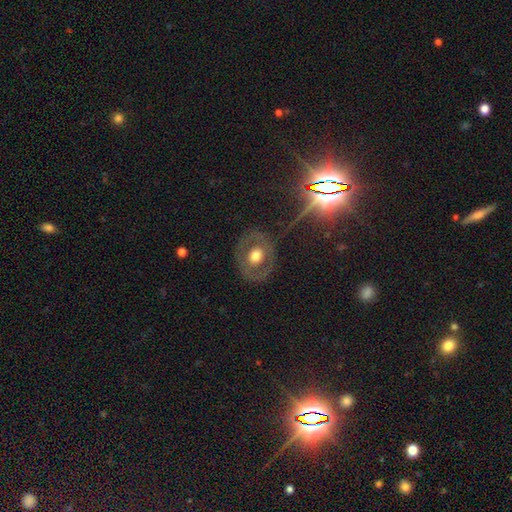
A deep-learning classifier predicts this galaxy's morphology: Overall: featured or disk (46%; smooth 44%). Merging: none (80%).